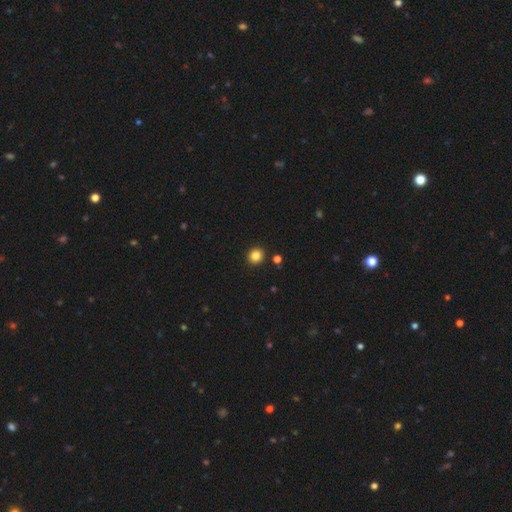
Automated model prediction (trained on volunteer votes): Overall: smooth (84%). How rounded: round (88%). Merging: none (91%).